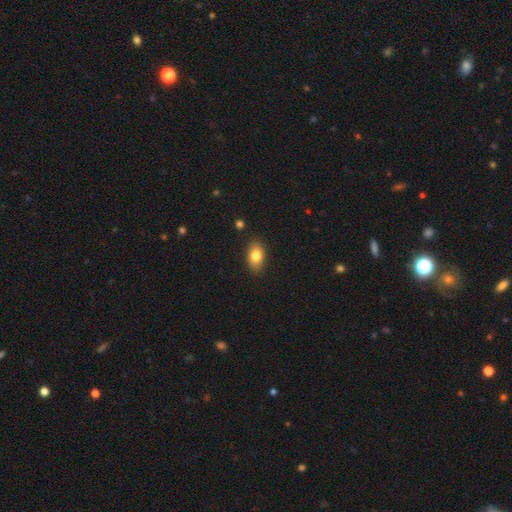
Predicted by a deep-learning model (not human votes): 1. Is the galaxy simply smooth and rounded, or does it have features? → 82% smooth, 10% featured or disk, 8% star or artifact.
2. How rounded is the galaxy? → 87% in between, 11% round, 2% cigar-shaped.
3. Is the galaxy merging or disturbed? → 87% none, 9% minor disturbance, 2% major disturbance, 2% merger.